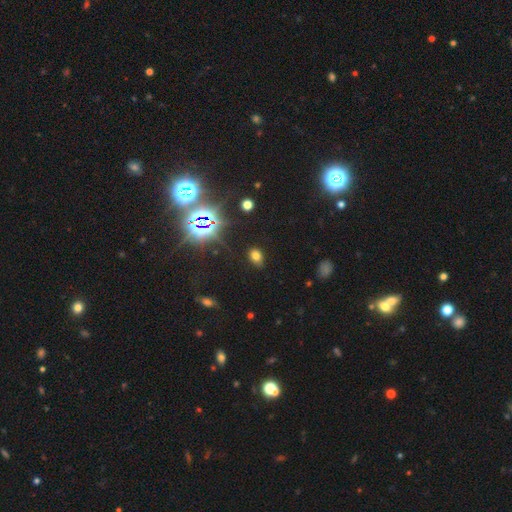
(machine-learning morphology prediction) This is likely a smooth galaxy (63%). How rounded: likely in between (75%). Merging: clearly none (81%).